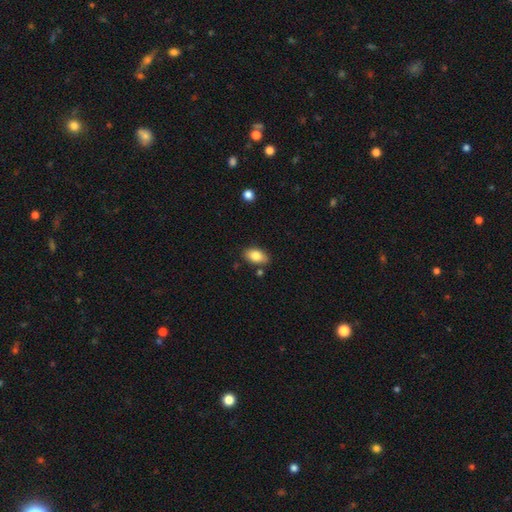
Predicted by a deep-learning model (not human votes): Smooth or featured? Predicted: smooth (p=0.83). How rounded? Predicted: in between (p=0.91). Merging? Predicted: none (p=0.81).